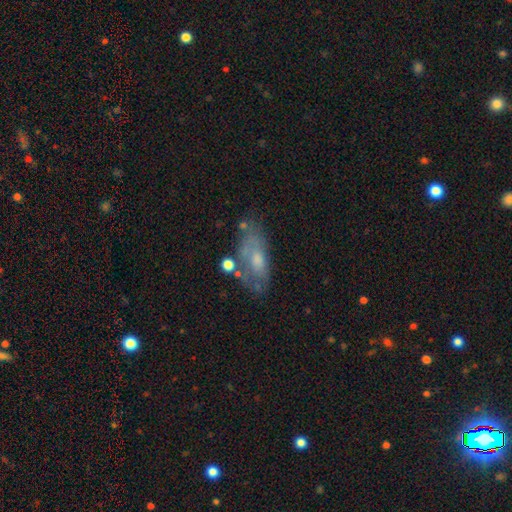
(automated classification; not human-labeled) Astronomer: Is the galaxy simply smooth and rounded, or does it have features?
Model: featured or disk — 50% (runner-up: smooth, 41%).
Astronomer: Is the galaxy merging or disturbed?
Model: none — 54%.